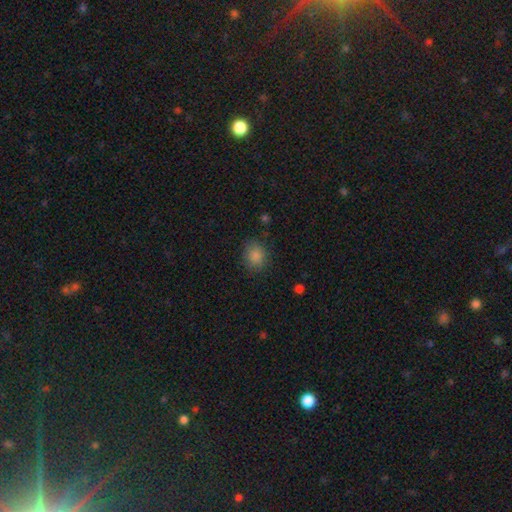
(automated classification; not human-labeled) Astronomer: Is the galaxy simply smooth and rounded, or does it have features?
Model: smooth — 85%.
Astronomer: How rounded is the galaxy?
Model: round — 66%.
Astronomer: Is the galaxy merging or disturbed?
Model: none — 83%.